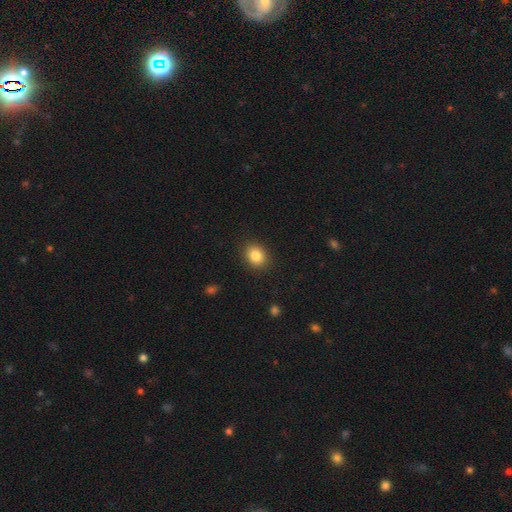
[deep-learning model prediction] Smooth or featured? smooth (85%)
How rounded? round (56%)
Merging? none (88%)